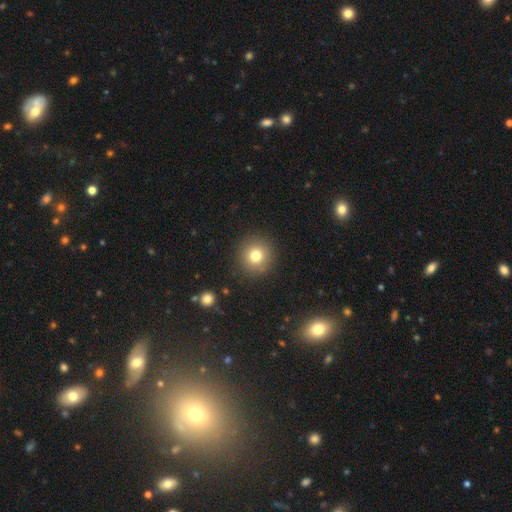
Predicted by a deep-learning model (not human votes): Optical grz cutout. It shows a smooth galaxy with no disk features (77%) that is round (94%). Merging: none (90%).